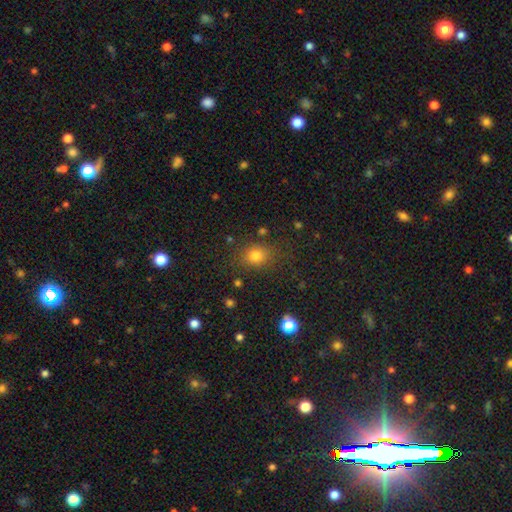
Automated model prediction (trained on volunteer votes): This appears to be a smooth galaxy with no disk features (77%) that is round (62%). Merging: none (81%).